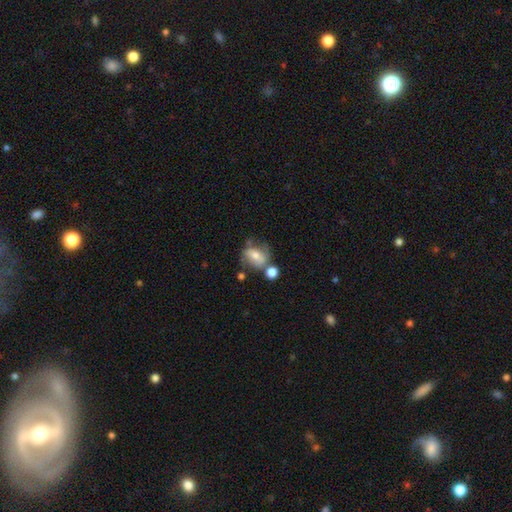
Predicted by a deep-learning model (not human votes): This is possibly a smooth galaxy (49%). Merging: possibly none (48%).